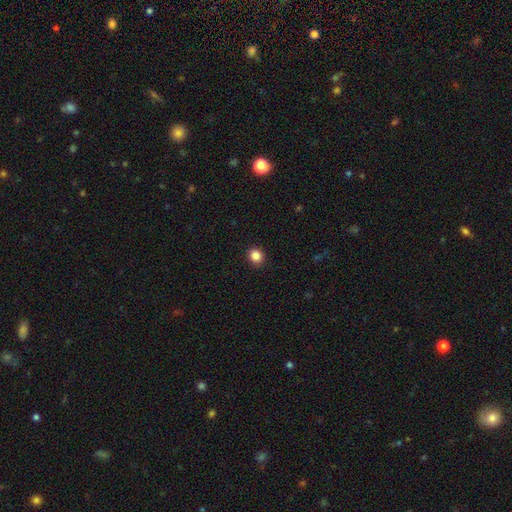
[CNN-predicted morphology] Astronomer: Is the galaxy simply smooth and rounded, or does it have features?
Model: smooth — 85%.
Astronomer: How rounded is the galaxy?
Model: round — 81%.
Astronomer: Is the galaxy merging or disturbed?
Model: none — 92%.